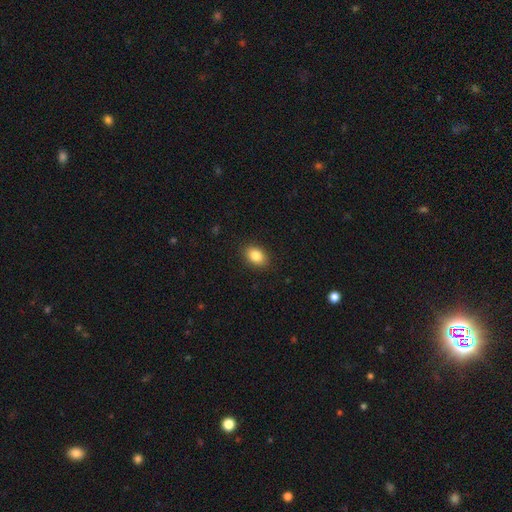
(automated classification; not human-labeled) smooth-or-featured: smooth: 85% | star or artifact: 8% | featured or disk: 6%
  how-rounded: in between: 82% | round: 17% | cigar-shaped: 1%
  merging: none: 88% | minor disturbance: 8% | major disturbance: 2% | merger: 1%